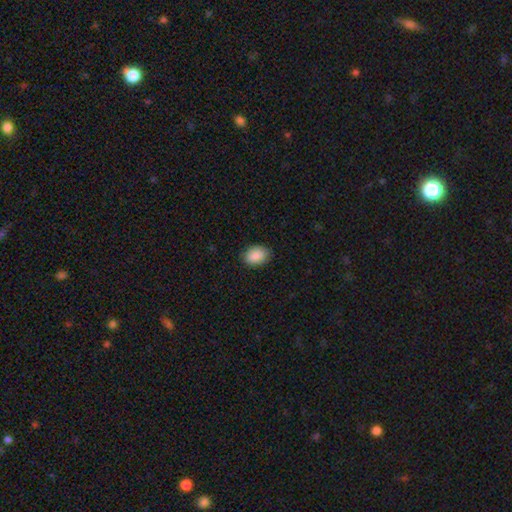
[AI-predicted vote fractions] This is clearly a smooth galaxy (90%). How rounded: likely in between (79%). Merging: clearly none (85%).